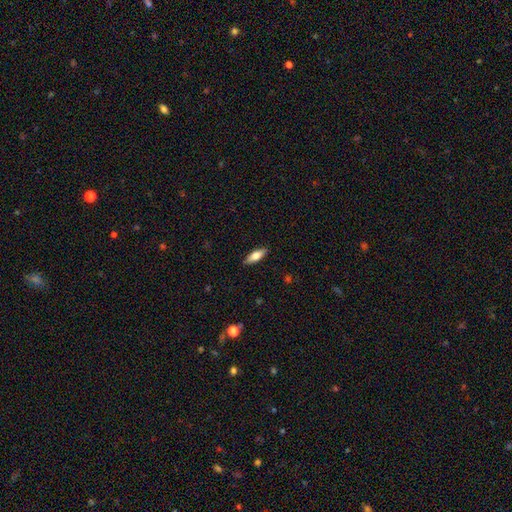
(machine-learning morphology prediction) Q: Smooth or featured?
A: smooth (69%); runner-up: featured or disk (24%)
Q: How rounded?
A: in between (63%); runner-up: cigar-shaped (34%)
Q: Merging?
A: none (88%); runner-up: minor disturbance (9%)